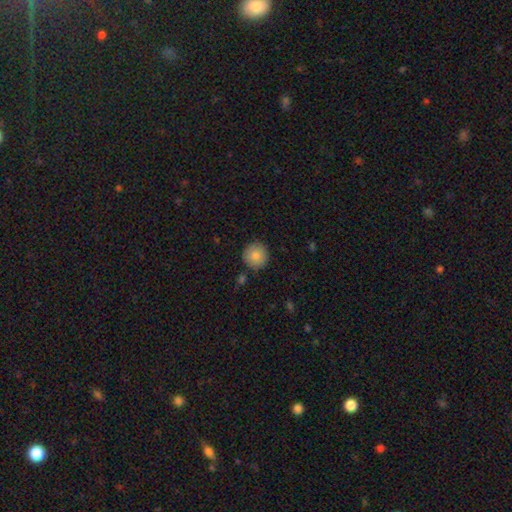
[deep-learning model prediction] smooth_or_featured: smooth (p=0.84) [alt: star or artifact p=0.08]
how_rounded: round (p=0.95) [alt: in between p=0.04]
merging: none (p=0.88) [alt: minor disturbance p=0.08]